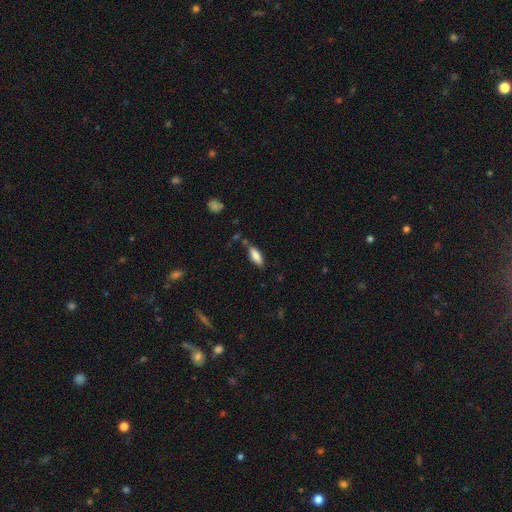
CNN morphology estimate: Smooth or featured?
  - smooth: 80% *
  - featured or disk: 13%
  - star or artifact: 7%
How rounded?
  - in between: 65% *
  - cigar-shaped: 34%
  - round: 2%
Merging?
  - none: 75% *
  - minor disturbance: 17%
  - merger: 4%
  - major disturbance: 4%